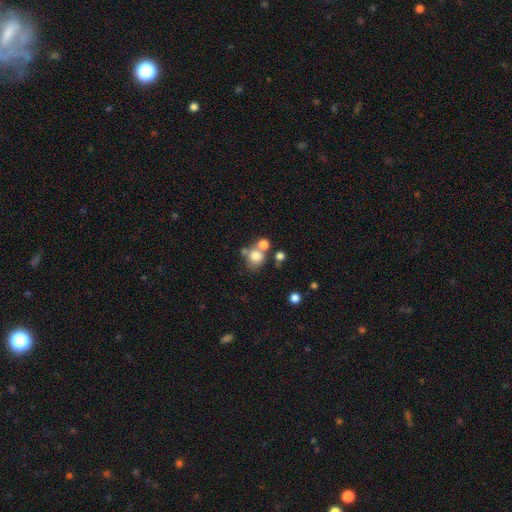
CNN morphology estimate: Overall: smooth (76%). How rounded: round (71%). Merging: none (44%; merger 38%).